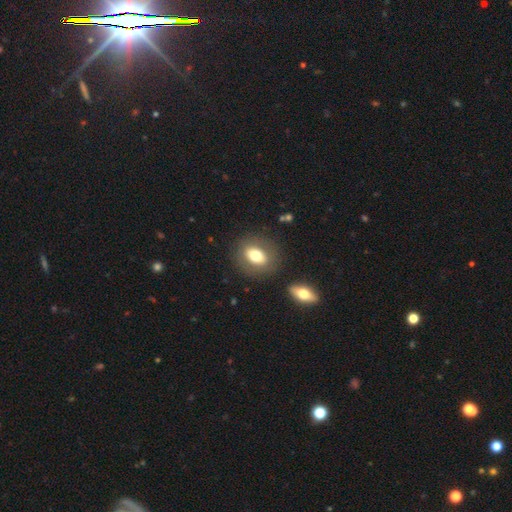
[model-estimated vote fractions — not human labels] This appears to be a smooth galaxy with no disk features (70%) that is in between round and cigar-shaped (63%). Merging: none (82%).